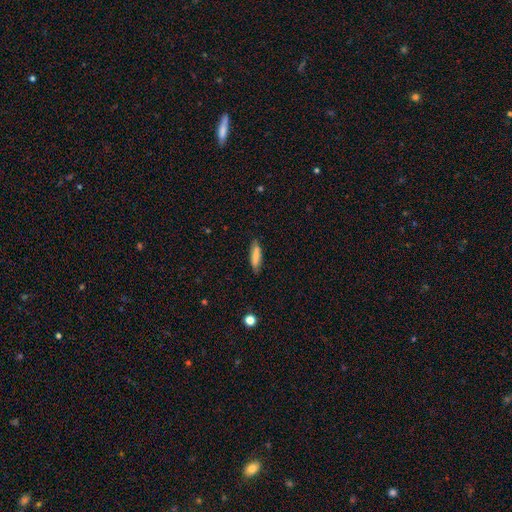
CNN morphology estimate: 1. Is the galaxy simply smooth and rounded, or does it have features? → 79% smooth, 14% featured or disk, 6% star or artifact.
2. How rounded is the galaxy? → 62% cigar-shaped, 36% in between, 2% round.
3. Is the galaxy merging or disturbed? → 84% none, 12% minor disturbance, 2% major disturbance, 1% merger.